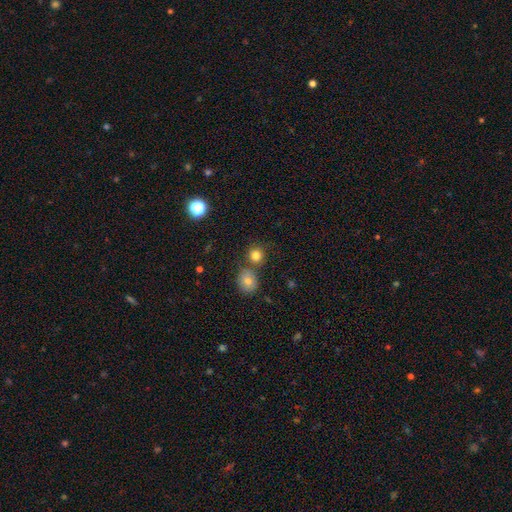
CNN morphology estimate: smooth 80%, star or artifact 13%, featured or disk 7%. Down the decision tree: how rounded — round (87%); merging — none (66%).